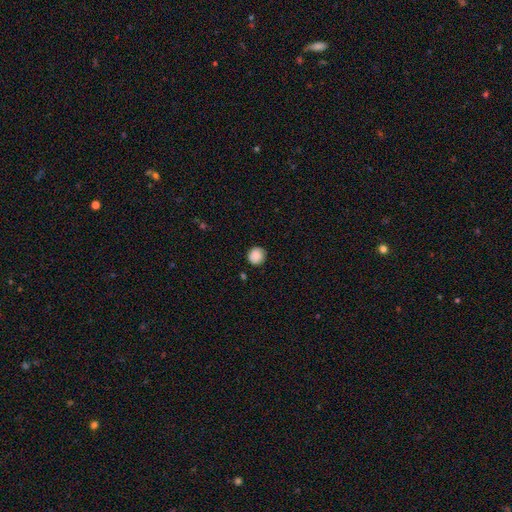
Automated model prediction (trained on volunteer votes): Smooth or featured? Predicted: smooth (p=0.87). How rounded? Predicted: round (p=0.89). Merging? Predicted: none (p=0.86).